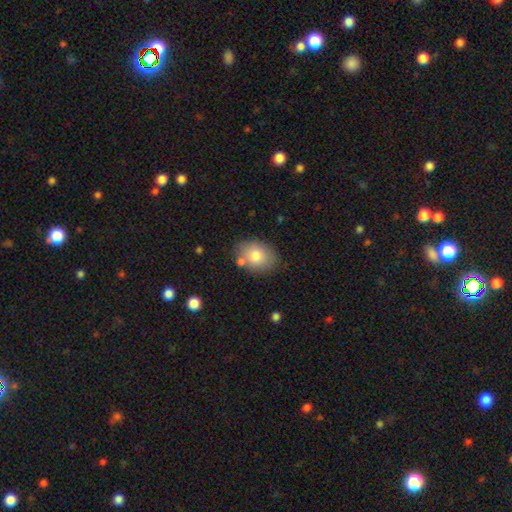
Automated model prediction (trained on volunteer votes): smooth 77%, featured or disk 14%, star or artifact 9%. Down the decision tree: how rounded — in between (67%); merging — none (76%).